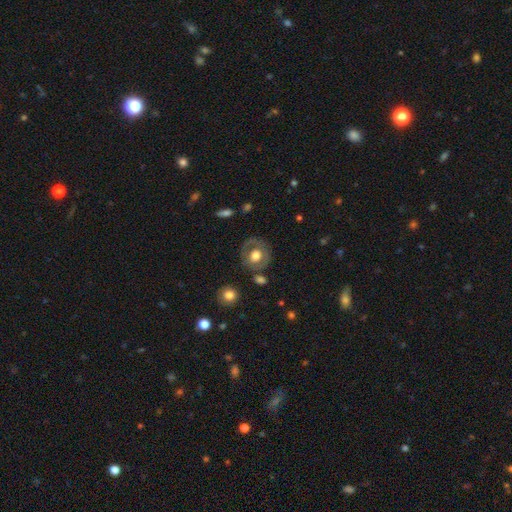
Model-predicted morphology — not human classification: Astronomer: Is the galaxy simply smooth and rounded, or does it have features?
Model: smooth — 48% (runner-up: featured or disk, 45%).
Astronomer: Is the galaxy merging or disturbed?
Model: none — 71%.